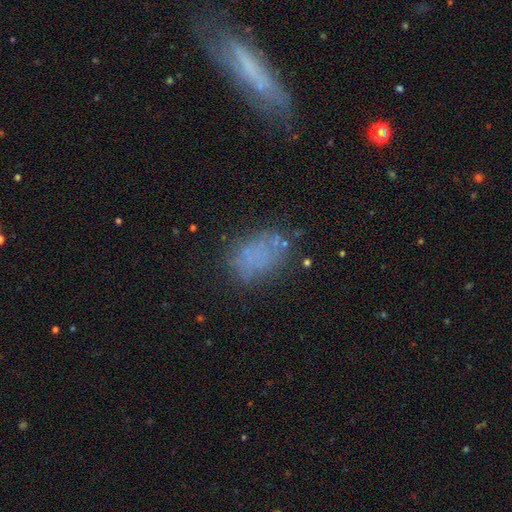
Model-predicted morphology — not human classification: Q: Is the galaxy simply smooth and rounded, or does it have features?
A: smooth — 62%.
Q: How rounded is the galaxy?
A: in between — 79%.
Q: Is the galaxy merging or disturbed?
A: none — 59%.